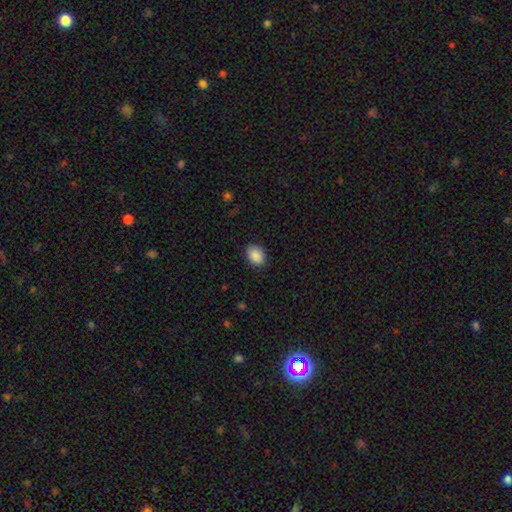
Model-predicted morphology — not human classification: A smooth galaxy with no disk features (90%) that is in between round and cigar-shaped (67%). Merging: none (87%).